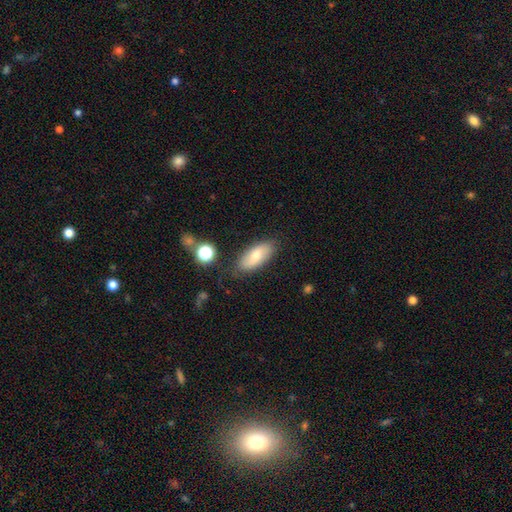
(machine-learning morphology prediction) A smooth galaxy with no disk features (72%) that is in between round and cigar-shaped (81%).

Vote fractions:
- Smooth or featured? smooth: 72% / featured or disk: 21% / star or artifact: 7%
- How rounded? in between: 81% / cigar-shaped: 16% / round: 3%
- Merging? none: 79% / minor disturbance: 15% / major disturbance: 3% / merger: 3%